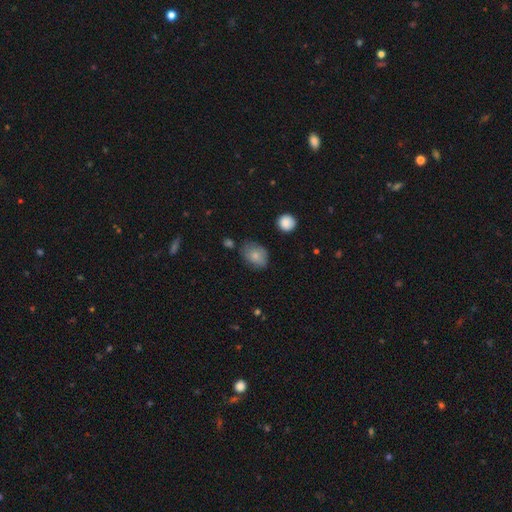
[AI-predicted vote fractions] smooth_or_featured: smooth (p=0.77) [alt: featured or disk p=0.15]
how_rounded: in between (p=0.68) [alt: round p=0.31]
merging: none (p=0.62) [alt: minor disturbance p=0.28]